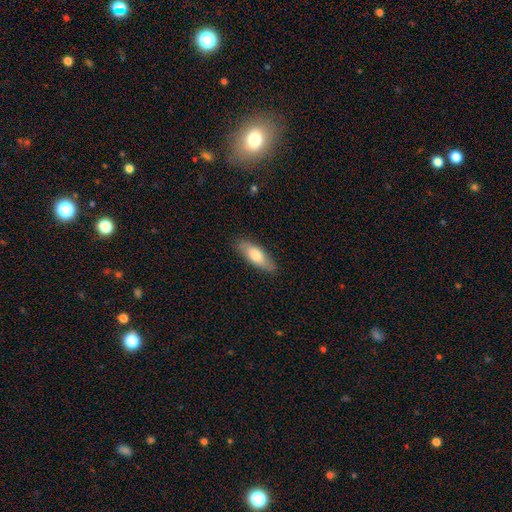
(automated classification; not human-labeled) Q: Smooth or featured?
A: smooth (72%); runner-up: featured or disk (22%)
Q: How rounded?
A: in between (62%); runner-up: cigar-shaped (36%)
Q: Merging?
A: none (86%); runner-up: minor disturbance (11%)